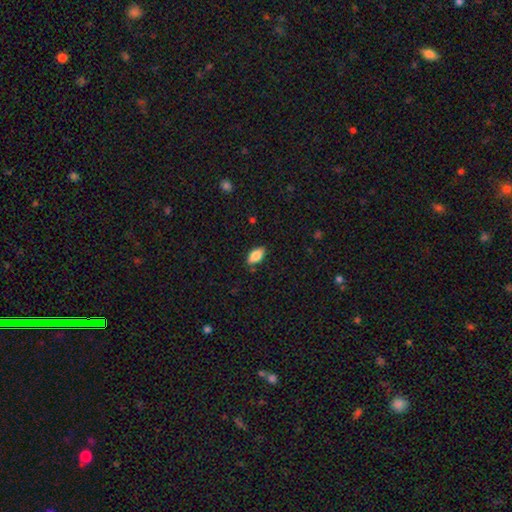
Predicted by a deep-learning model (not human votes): This appears to be a smooth galaxy with no disk features (82%) that is in between round and cigar-shaped (90%). Merging: none (85%).